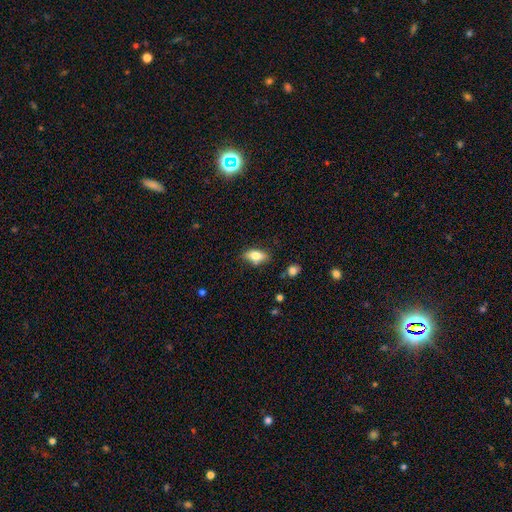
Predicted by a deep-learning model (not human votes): This is likely a smooth galaxy (75%). How rounded: clearly in between (85%). Merging: likely none (76%).